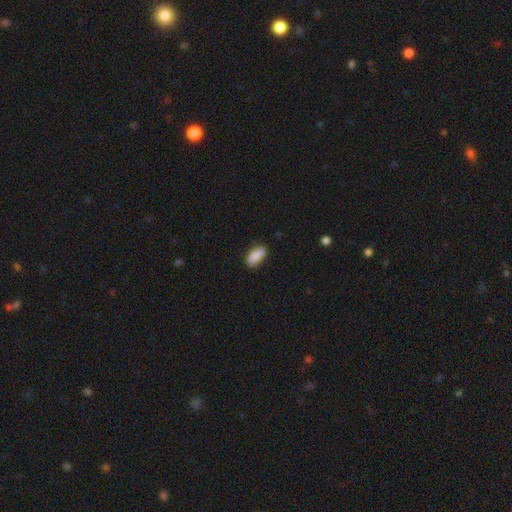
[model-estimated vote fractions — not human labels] smooth-or-featured: smooth: 84% | featured or disk: 10% | star or artifact: 7%
  how-rounded: in between: 92% | cigar-shaped: 4% | round: 3%
  merging: none: 78% | minor disturbance: 18% | major disturbance: 3% | merger: 2%